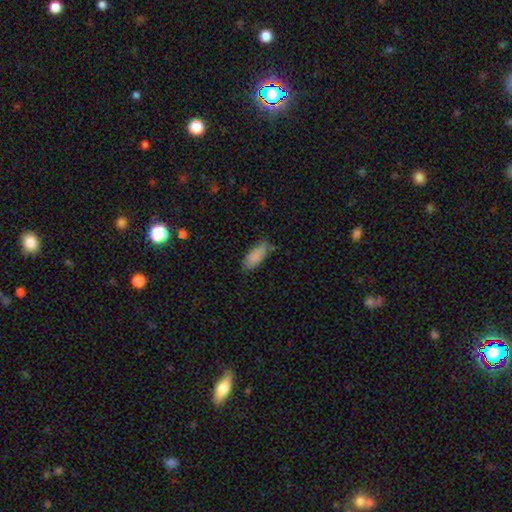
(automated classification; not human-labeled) Smooth or featured: smooth — 86% (featured or disk — 7%)
How rounded: in between — 81% (cigar-shaped — 17%)
Merging: none — 62% (minor disturbance — 30%)